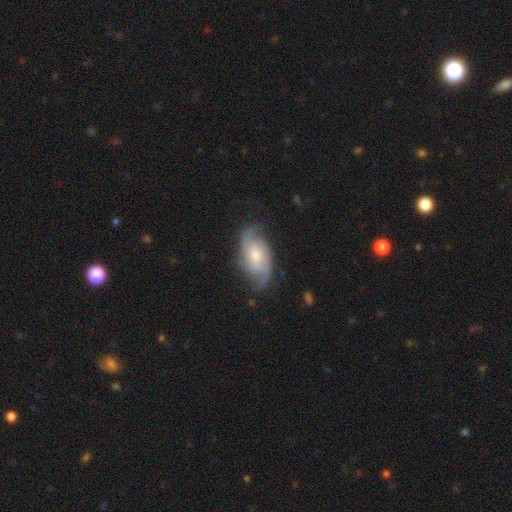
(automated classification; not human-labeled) featured or disk 83%, smooth 12%, star or artifact 5%. Down the decision tree: edge-on disk — no (96%); bar — no (62%); spiral arms — yes (96%); spiral arm count — 2 (79%); spiral winding — medium (46%); bulge size — moderate (49%); merging — none (72%).